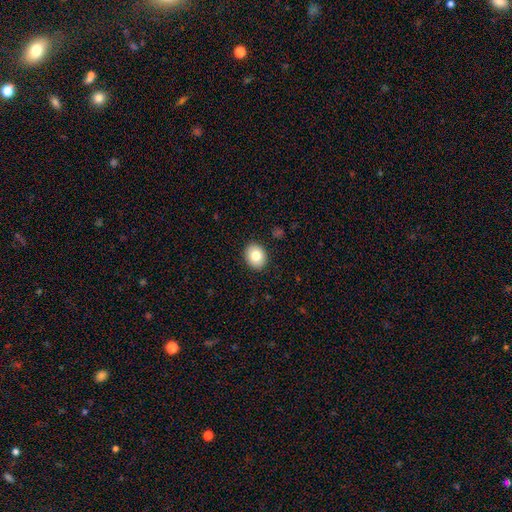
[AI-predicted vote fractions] smooth-or-featured: smooth: 80% | featured or disk: 11% | star or artifact: 9%
  how-rounded: in between: 50% | round: 49% | cigar-shaped: 1%
  merging: none: 91% | minor disturbance: 7% | major disturbance: 2% | merger: 1%